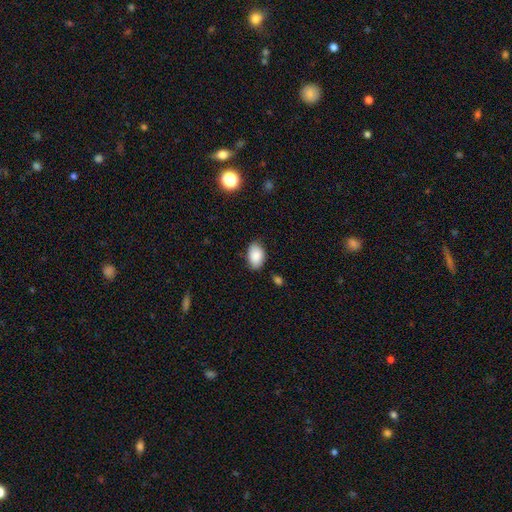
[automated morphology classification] This appears to be a smooth galaxy with no disk features (86%) that is in between round and cigar-shaped (89%). Merging: none (79%).